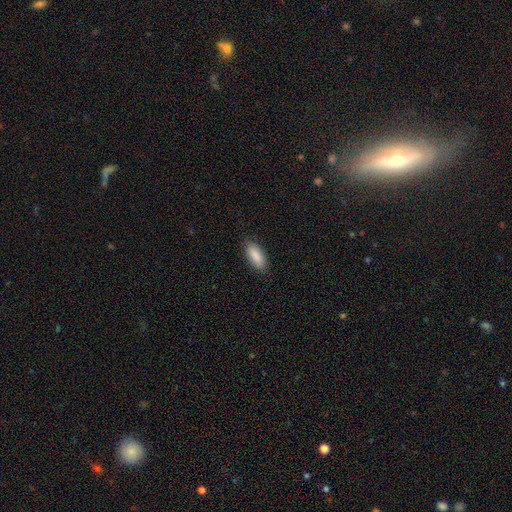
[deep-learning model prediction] Smooth or featured: smooth — 88% (star or artifact — 6%)
How rounded: in between — 72% (cigar-shaped — 26%)
Merging: none — 86% (minor disturbance — 11%)